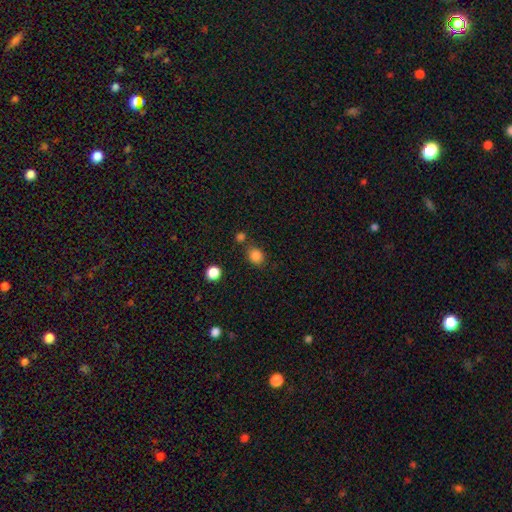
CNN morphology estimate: type=smooth (84%); roundness=round (58%); merging=none (71%).